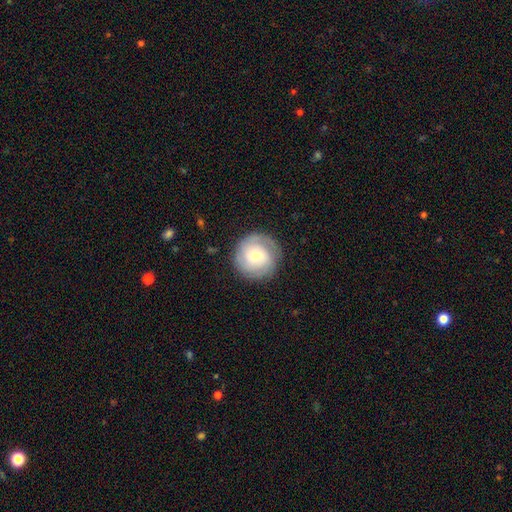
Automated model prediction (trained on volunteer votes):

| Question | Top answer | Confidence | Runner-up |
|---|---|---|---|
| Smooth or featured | featured or disk | 53% | smooth (40%) |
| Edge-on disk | no | 98% | yes (2%) |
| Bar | no | 67% | weak (27%) |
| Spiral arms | yes | 85% | no (15%) |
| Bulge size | moderate | 52% | small (40%) |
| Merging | none | 84% | minor disturbance (11%) |